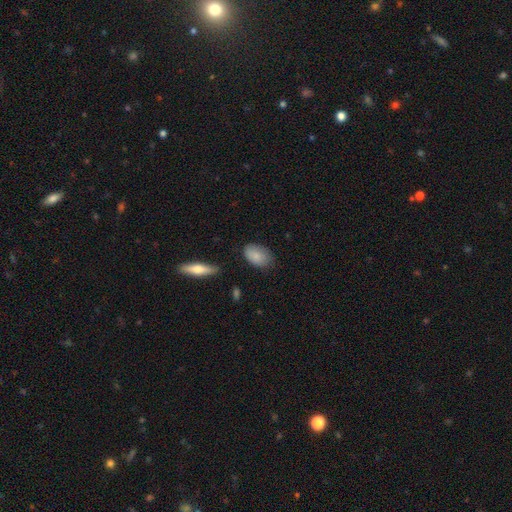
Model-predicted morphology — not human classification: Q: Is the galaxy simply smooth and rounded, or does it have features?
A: smooth — 84%.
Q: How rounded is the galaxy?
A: in between — 91%.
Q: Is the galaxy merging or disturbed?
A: none — 70%.